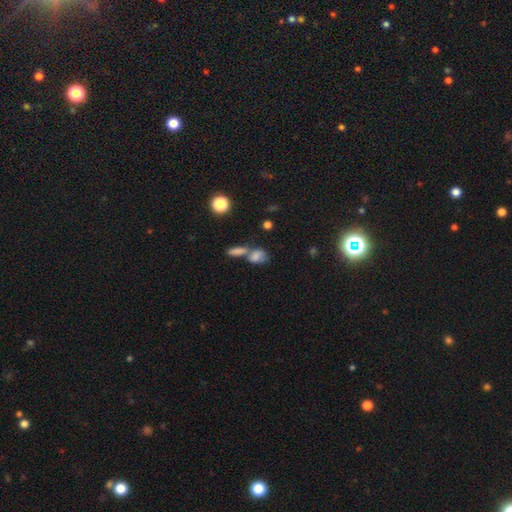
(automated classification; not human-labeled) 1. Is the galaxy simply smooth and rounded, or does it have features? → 75% smooth, 13% featured or disk, 11% star or artifact.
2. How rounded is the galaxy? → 67% in between, 26% round, 7% cigar-shaped.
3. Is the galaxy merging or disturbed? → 52% merger, 31% none, 11% minor disturbance, 6% major disturbance.